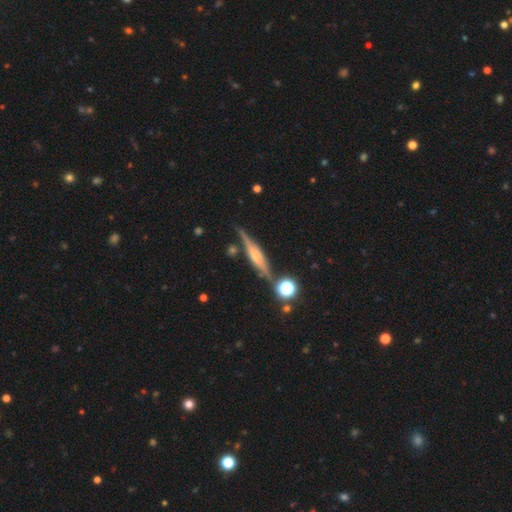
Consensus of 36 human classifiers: A featured or disk galaxy (81%) viewed edge-on (97%) with a boxy central bulge (43%).

Vote fractions:
- Smooth or featured? featured or disk: 81% / smooth: 17% / star or artifact: 3%
- Edge-on disk? yes: 97% / no: 3%
- Edge-on bulge? boxy: 43% / rounded: 36% / none: 21%
- Merging? none: 80% / minor disturbance: 11% / merger: 6% / major disturbance: 3%